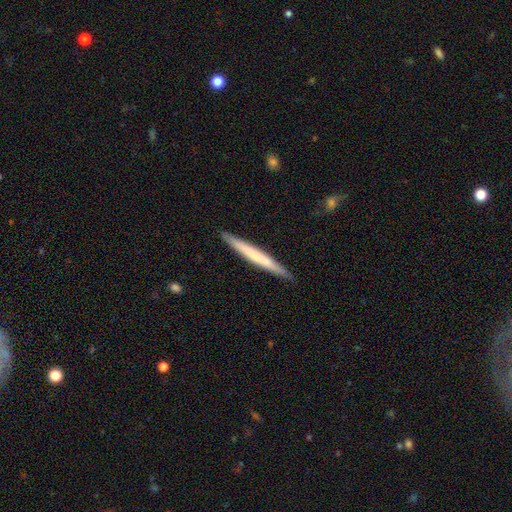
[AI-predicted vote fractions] Smooth or featured? Predicted: smooth (p=0.54). How rounded? Predicted: cigar-shaped (p=0.97). Merging? Predicted: none (p=0.91).